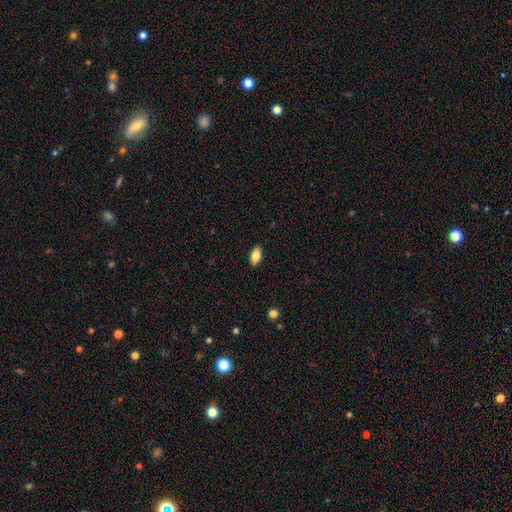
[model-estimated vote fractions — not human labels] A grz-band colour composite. It shows a smooth galaxy with no disk features (83%) that is in between round and cigar-shaped (90%). Merging: none (89%).